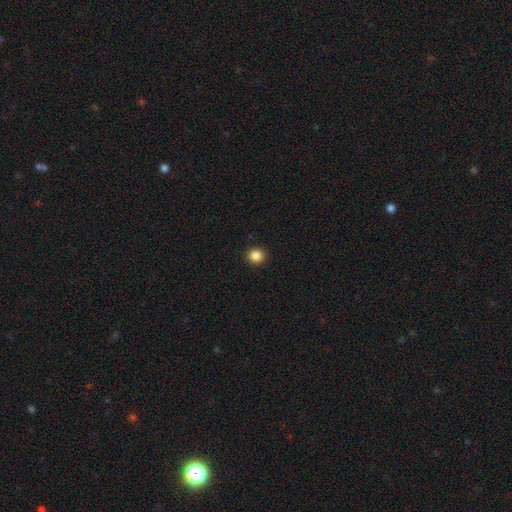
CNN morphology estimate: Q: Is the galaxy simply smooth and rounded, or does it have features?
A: smooth — 86%.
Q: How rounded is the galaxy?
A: round — 92%.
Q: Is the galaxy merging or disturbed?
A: none — 93%.